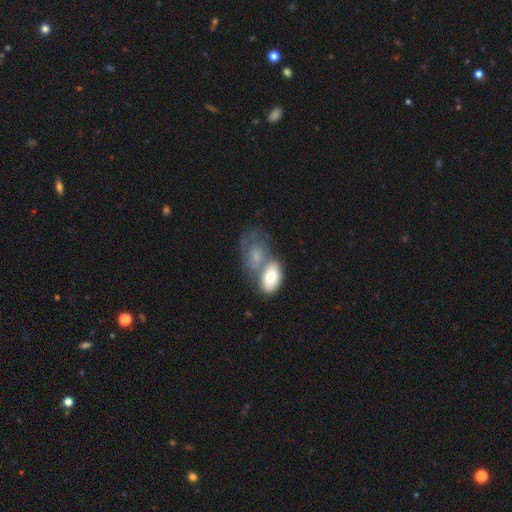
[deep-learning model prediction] A smooth galaxy with no disk features (63%) that is in between round and cigar-shaped (83%). Merging: merger (59%).